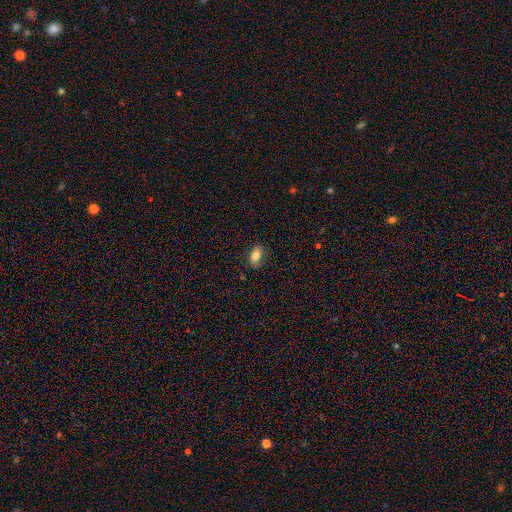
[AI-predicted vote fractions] Smooth or featured?
  - smooth: 81% *
  - featured or disk: 11%
  - star or artifact: 8%
How rounded?
  - in between: 88% *
  - round: 10%
  - cigar-shaped: 2%
Merging?
  - none: 81% *
  - minor disturbance: 15%
  - major disturbance: 3%
  - merger: 1%